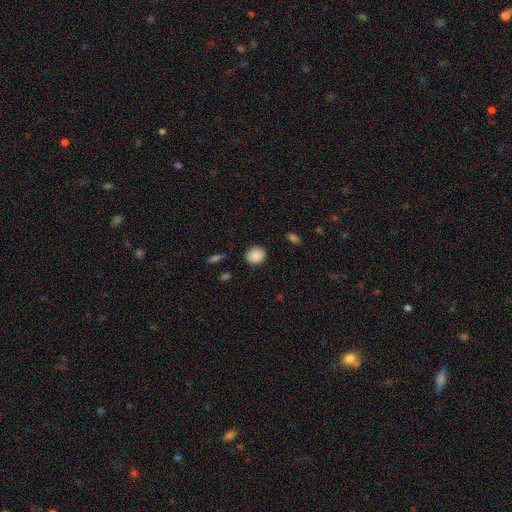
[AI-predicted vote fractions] Overall: smooth (88%). How rounded: round (81%). Merging: none (88%).